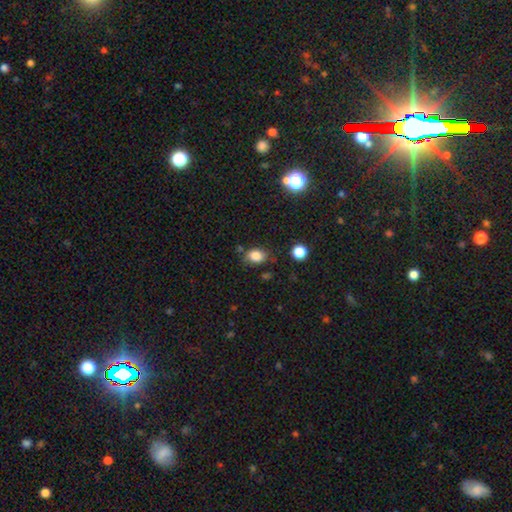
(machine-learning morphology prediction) smooth 83%, star or artifact 11%, featured or disk 6%. Down the decision tree: how rounded — in between (69%); merging — none (73%).